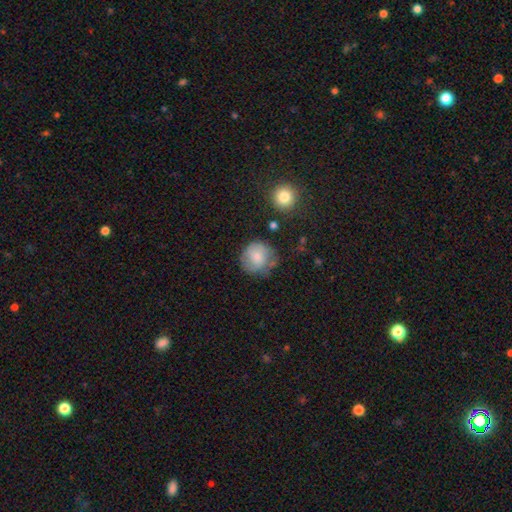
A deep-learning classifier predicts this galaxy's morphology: smooth_or_featured: smooth (p=0.70) [alt: featured or disk p=0.22]
how_rounded: round (p=0.86) [alt: in between p=0.13]
merging: none (p=0.55) [alt: minor disturbance p=0.28]